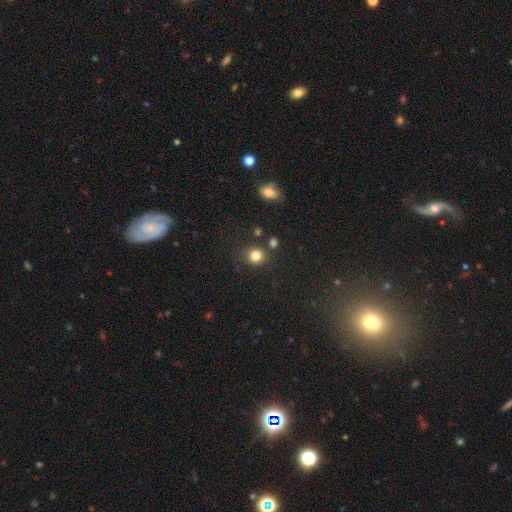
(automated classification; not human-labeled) Smooth or featured? Predicted: smooth (p=0.82). How rounded? Predicted: round (p=0.85). Merging? Predicted: none (p=0.82).